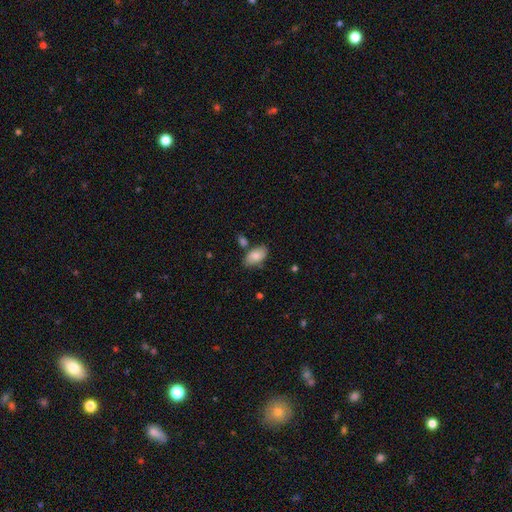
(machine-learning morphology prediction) Smooth or featured: smooth — 78% (featured or disk — 15%)
How rounded: in between — 94% (round — 4%)
Merging: none — 72% (minor disturbance — 16%)